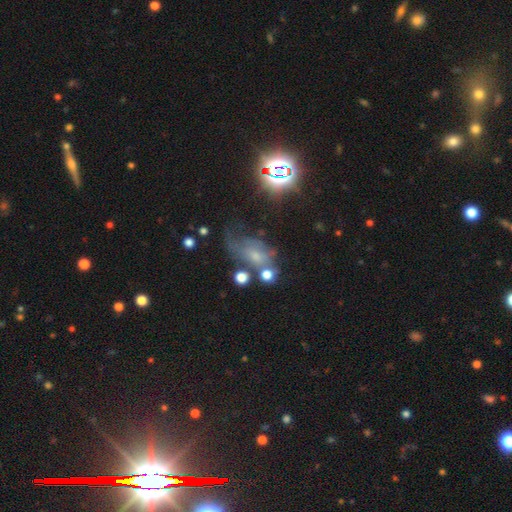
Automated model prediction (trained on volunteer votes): smooth-or-featured: smooth: 36% (tied) | featured or disk: 36% (tied) | star or artifact: 28%
  merging: major disturbance: 33% | none: 28% | minor disturbance: 25% | merger: 14%